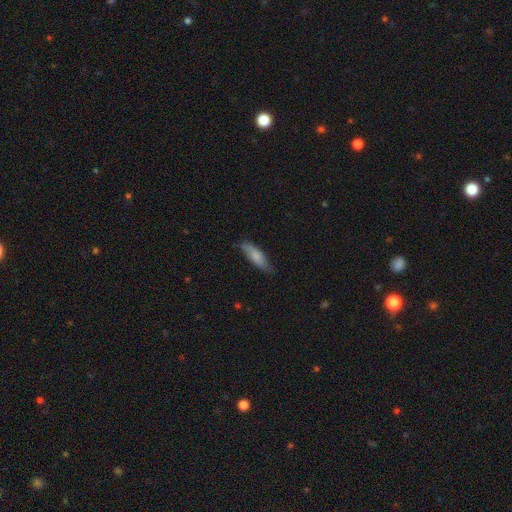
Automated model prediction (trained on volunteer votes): Smooth or featured? Predicted: smooth (p=0.78). How rounded? Predicted: cigar-shaped (p=0.50). Merging? Predicted: none (p=0.75).